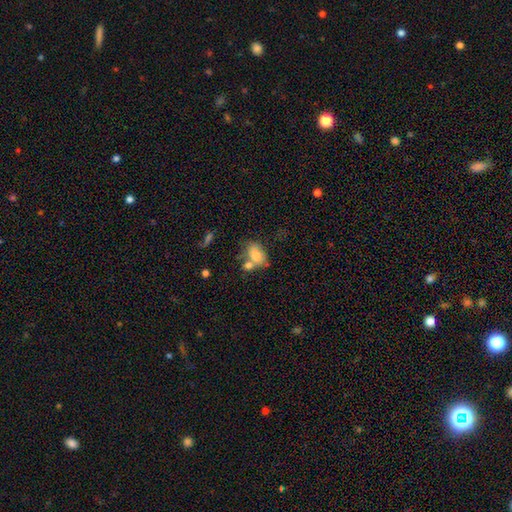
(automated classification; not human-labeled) This is likely a smooth galaxy (73%). How rounded: likely in between (79%). Merging: marginally merger (42%).